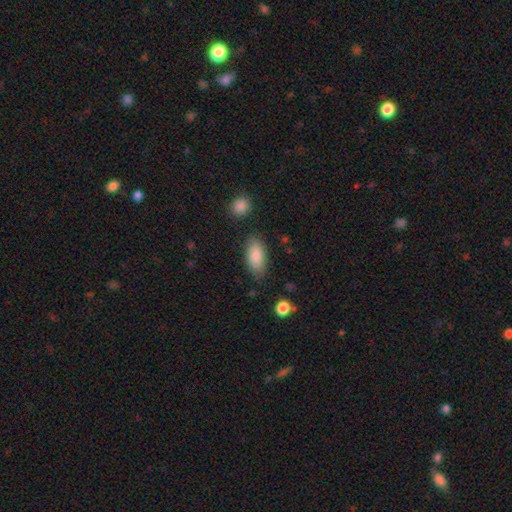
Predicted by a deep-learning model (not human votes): This appears to be a smooth galaxy with no disk features (85%) that is in between round and cigar-shaped (89%). Merging: none (80%).